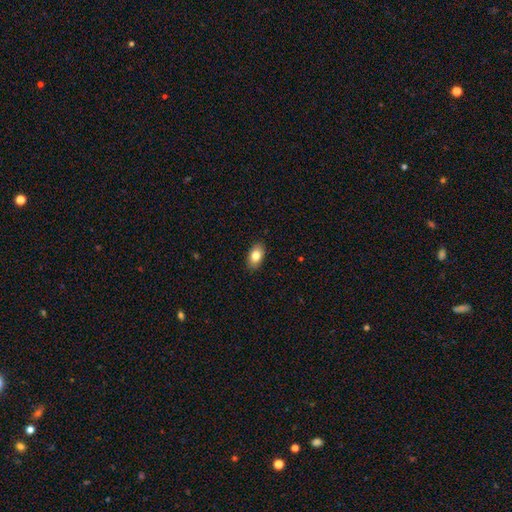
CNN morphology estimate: Smooth or featured: smooth — 82% (featured or disk — 10%)
How rounded: in between — 90% (round — 8%)
Merging: none — 88% (minor disturbance — 9%)